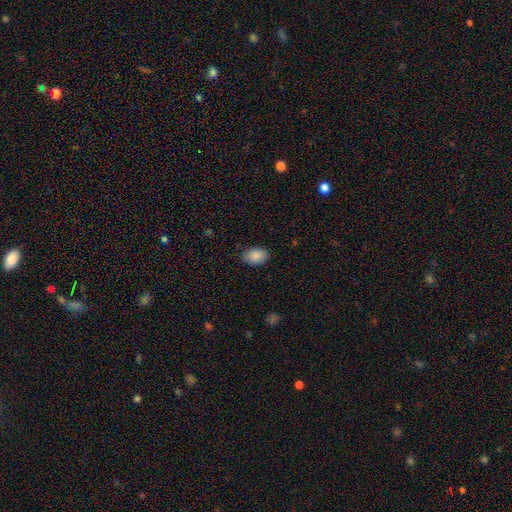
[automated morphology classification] Smooth or featured? smooth (88%)
How rounded? in between (82%)
Merging? none (84%)